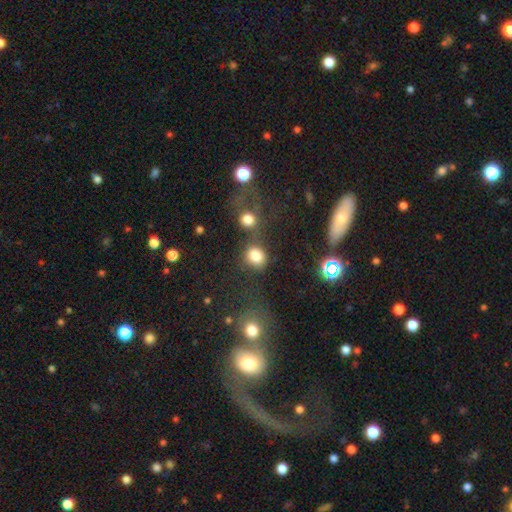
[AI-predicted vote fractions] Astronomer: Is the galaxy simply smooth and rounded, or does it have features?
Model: smooth — 80%.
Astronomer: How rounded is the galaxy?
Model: round — 72%.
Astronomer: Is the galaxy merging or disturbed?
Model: none — 54%.